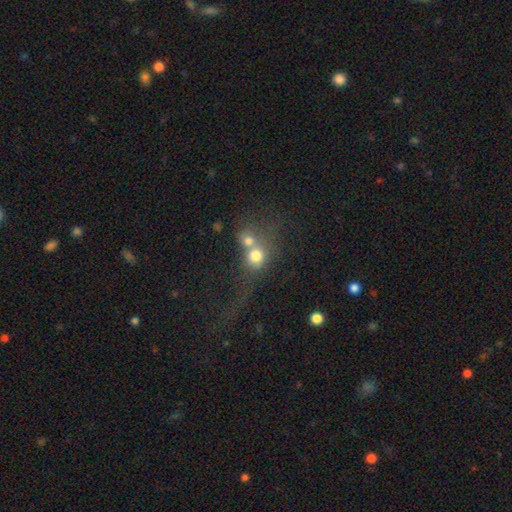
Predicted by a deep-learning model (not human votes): smooth-or-featured: smooth: 68% | featured or disk: 17% | star or artifact: 15%
  how-rounded: round: 74% | in between: 24% | cigar-shaped: 2%
  merging: merger: 63% | none: 22% | major disturbance: 8% | minor disturbance: 6%